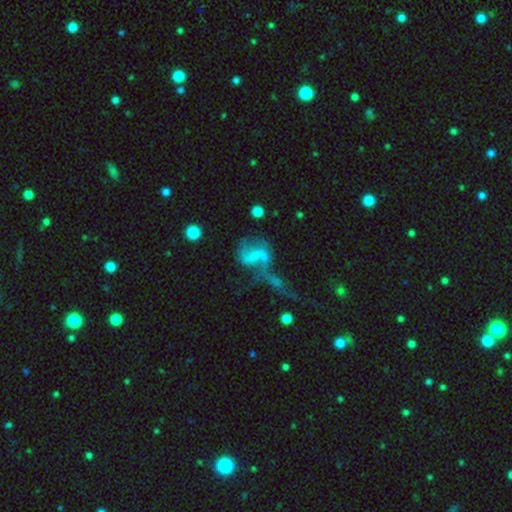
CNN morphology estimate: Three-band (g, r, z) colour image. It shows a featured or disk galaxy (62%) with no bar (37%), spiral arms (73%) and no central bulge (62%). Merging: merger (37%).